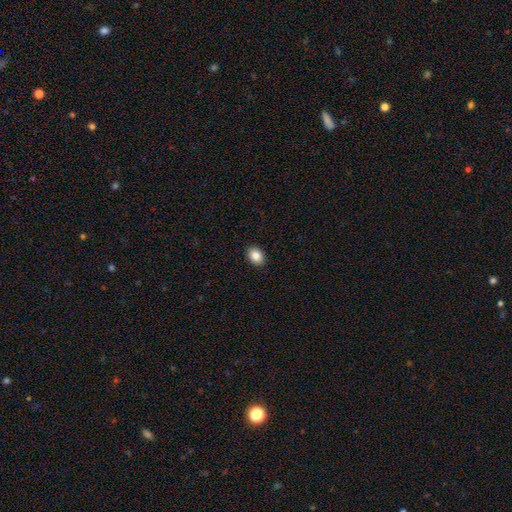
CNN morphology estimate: type=smooth (87%); roundness=in between (67%); merging=none (91%).